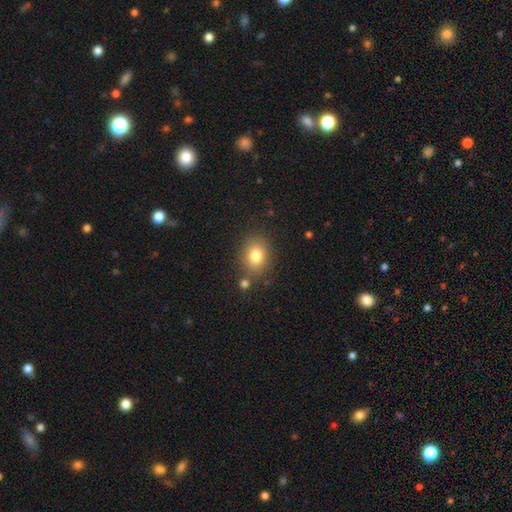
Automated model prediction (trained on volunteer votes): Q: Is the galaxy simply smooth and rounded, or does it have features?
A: smooth — 80%.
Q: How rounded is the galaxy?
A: round — 50%.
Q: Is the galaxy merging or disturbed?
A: none — 79%.